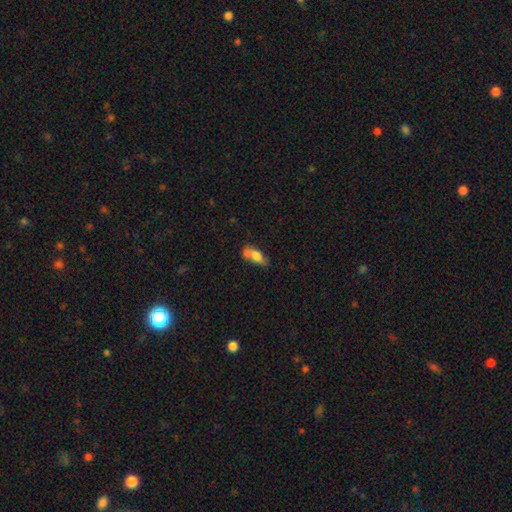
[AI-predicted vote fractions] The model was most divided on "merging": none: 40%, merger: 31%, minor disturbance: 21%, major disturbance: 9%. More confident: how rounded — in between (78%); smooth or featured — smooth (68%).